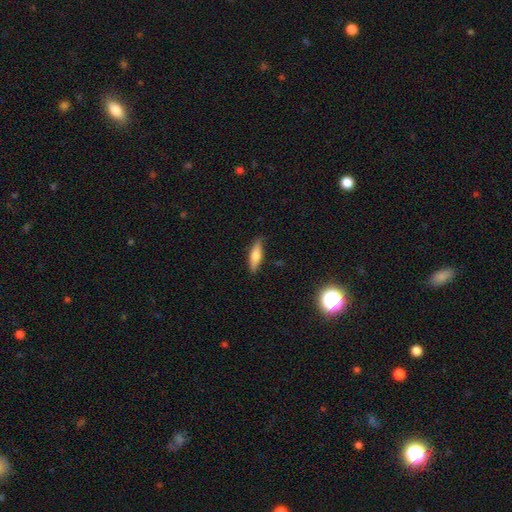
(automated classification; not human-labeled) smooth 63%, featured or disk 30%, star or artifact 7%. Down the decision tree: how rounded — cigar-shaped (56%); merging — none (85%).